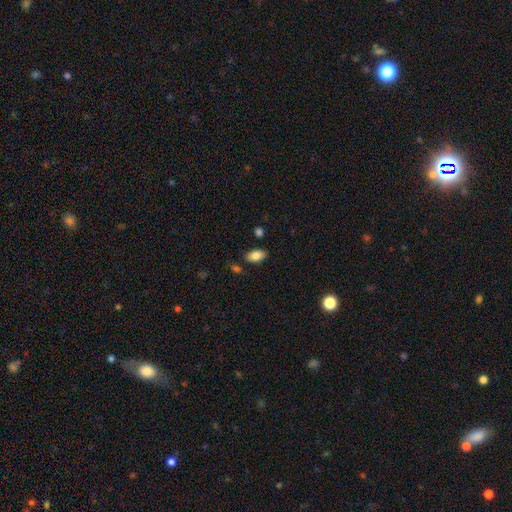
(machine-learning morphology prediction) smooth 84%, featured or disk 8%, star or artifact 8%. Down the decision tree: how rounded — in between (93%); merging — none (82%).